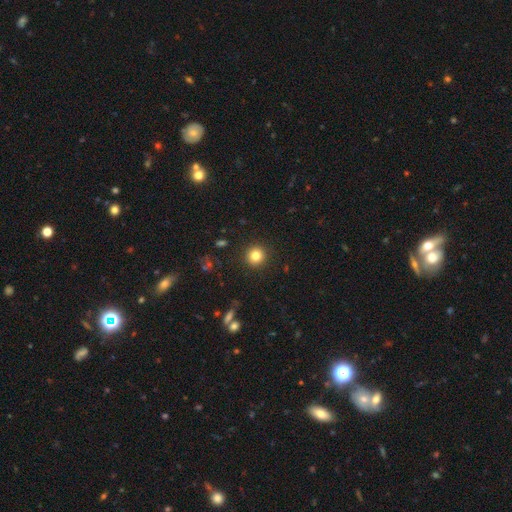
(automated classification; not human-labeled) Smooth or featured? smooth (82%)
How rounded? round (95%)
Merging? none (92%)